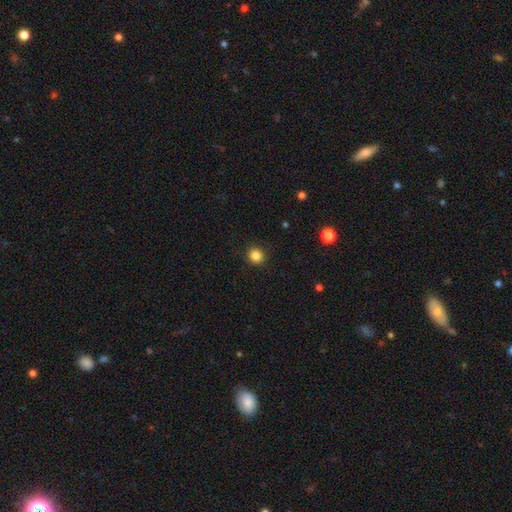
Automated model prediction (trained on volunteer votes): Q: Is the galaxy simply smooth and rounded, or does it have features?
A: smooth — 85%.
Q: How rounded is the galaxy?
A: round — 90%.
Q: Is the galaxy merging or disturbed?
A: none — 89%.